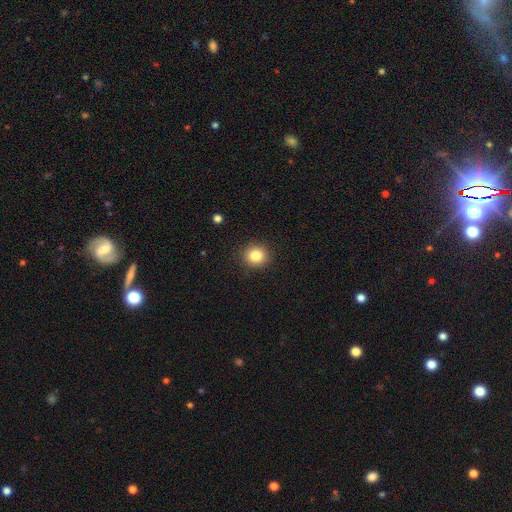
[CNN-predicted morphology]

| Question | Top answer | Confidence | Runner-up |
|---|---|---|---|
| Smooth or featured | smooth | 83% | star or artifact (11%) |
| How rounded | round | 88% | in between (11%) |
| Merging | none | 91% | minor disturbance (6%) |